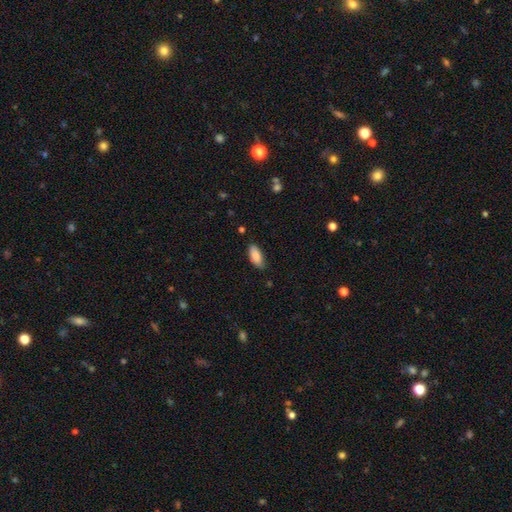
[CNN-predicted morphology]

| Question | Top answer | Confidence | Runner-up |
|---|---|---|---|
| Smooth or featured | smooth | 87% | featured or disk (7%) |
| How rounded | in between | 85% | cigar-shaped (14%) |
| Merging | none | 81% | minor disturbance (15%) |